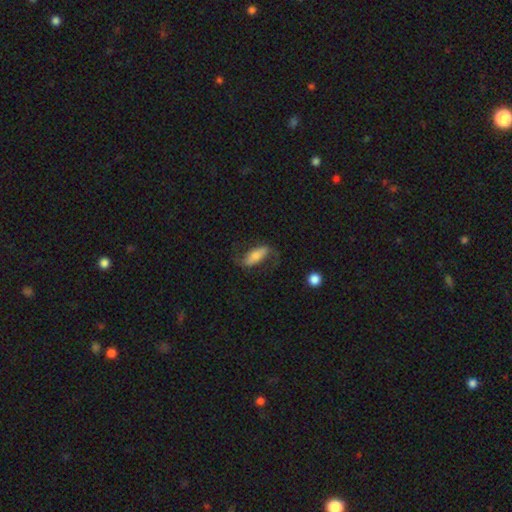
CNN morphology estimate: Overall: featured or disk (48%; smooth 45%). Merging: none (63%).